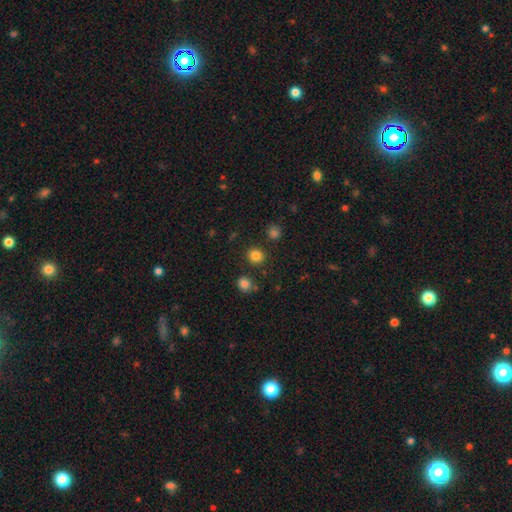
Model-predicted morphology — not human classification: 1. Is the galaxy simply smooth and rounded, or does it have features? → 83% smooth, 13% star or artifact, 4% featured or disk.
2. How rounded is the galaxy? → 87% round, 12% in between, 1% cigar-shaped.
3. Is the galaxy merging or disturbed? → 87% none, 6% minor disturbance, 4% merger, 2% major disturbance.